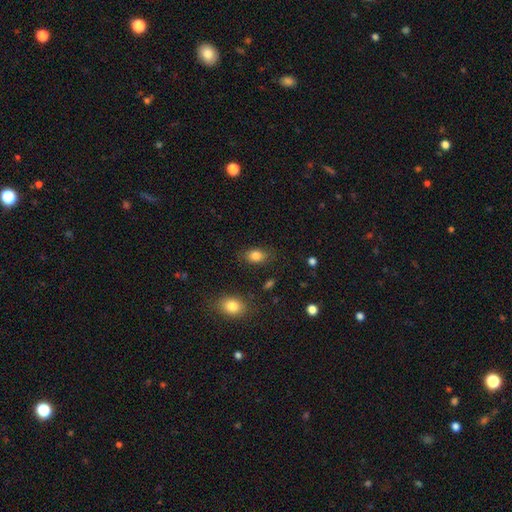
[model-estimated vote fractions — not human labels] smooth 83%, star or artifact 9%, featured or disk 8%. Down the decision tree: how rounded — in between (80%); merging — none (81%).